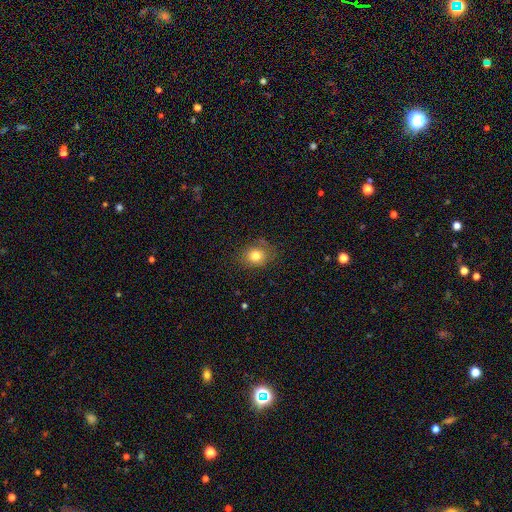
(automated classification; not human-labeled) Morphology: type=smooth (79%); roundness=round (60%); merging=none (76%).